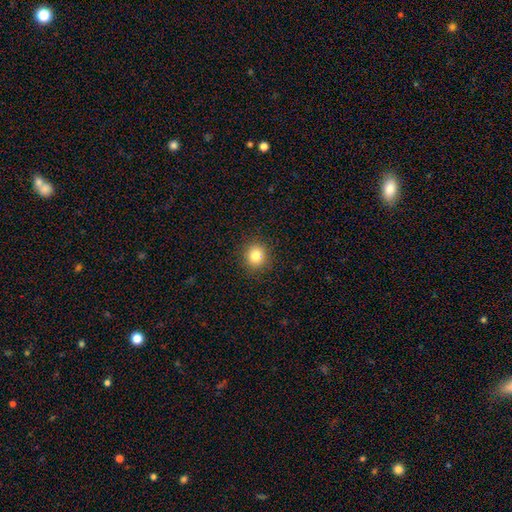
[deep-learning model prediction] smooth_or_featured: smooth (p=0.82) [alt: star or artifact p=0.11]
how_rounded: round (p=0.88) [alt: in between p=0.11]
merging: none (p=0.90) [alt: minor disturbance p=0.06]